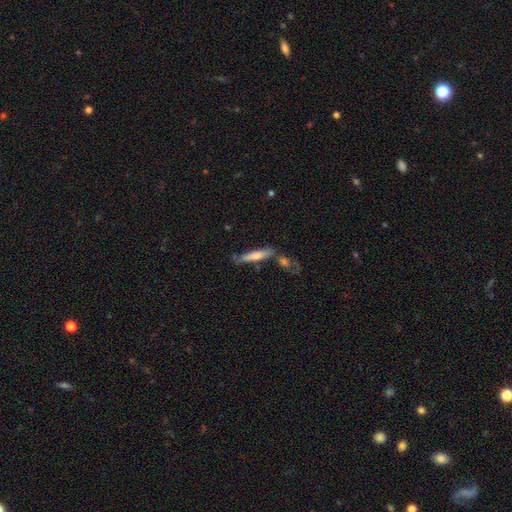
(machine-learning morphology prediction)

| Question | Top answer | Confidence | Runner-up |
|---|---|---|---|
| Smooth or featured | smooth | 54% | featured or disk (39%) |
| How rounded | cigar-shaped | 88% | in between (10%) |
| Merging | none | 63% | minor disturbance (16%) |